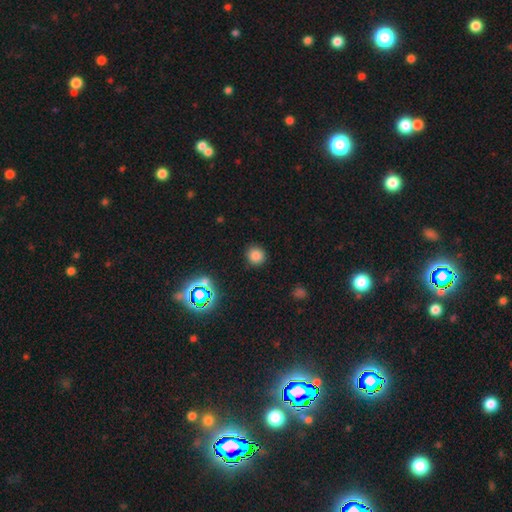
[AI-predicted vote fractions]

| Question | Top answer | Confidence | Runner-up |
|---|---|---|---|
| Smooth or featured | smooth | 78% | star or artifact (17%) |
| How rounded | round | 91% | in between (8%) |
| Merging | none | 89% | minor disturbance (7%) |